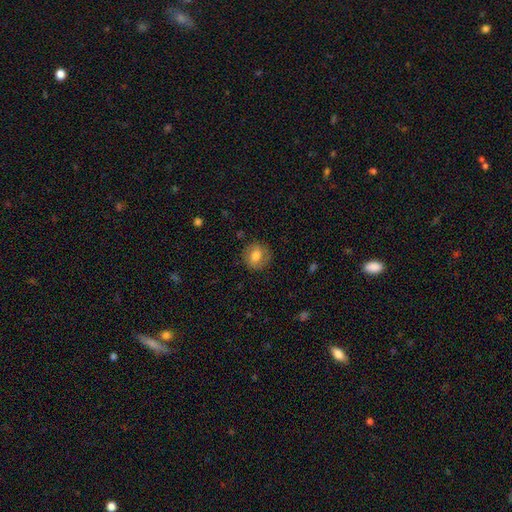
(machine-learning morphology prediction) Smooth or featured?
  - smooth: 72% *
  - featured or disk: 20%
  - star or artifact: 8%
How rounded?
  - round: 74% *
  - in between: 25%
  - cigar-shaped: 1%
Merging?
  - none: 81% *
  - minor disturbance: 13%
  - major disturbance: 5%
  - merger: 1%